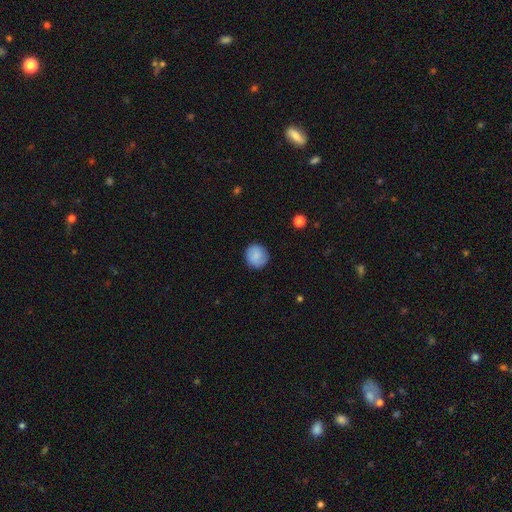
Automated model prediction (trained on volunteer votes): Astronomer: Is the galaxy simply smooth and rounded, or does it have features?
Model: smooth — 83%.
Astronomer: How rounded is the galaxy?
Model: round — 90%.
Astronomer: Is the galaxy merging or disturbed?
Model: none — 87%.